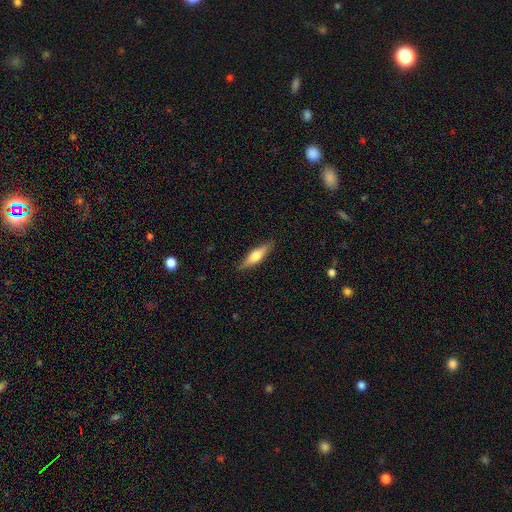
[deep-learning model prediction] smooth_or_featured: featured or disk (p=0.48) [alt: smooth p=0.46]
merging: none (p=0.88) [alt: minor disturbance p=0.09]